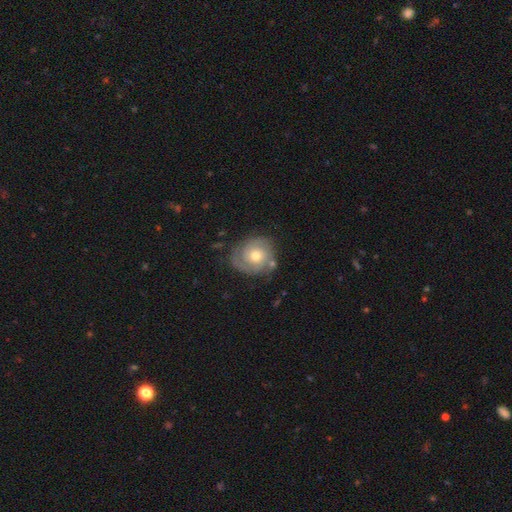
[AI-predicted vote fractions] Overall: featured or disk (69%). Edge-on disk: no (97%). Bar: no (81%). Spiral arms: yes (88%). Spiral arm count: 2 (50%; can't tell 22%). Spiral winding: tight (68%). Bulge size: moderate (68%). Merging: none (71%).